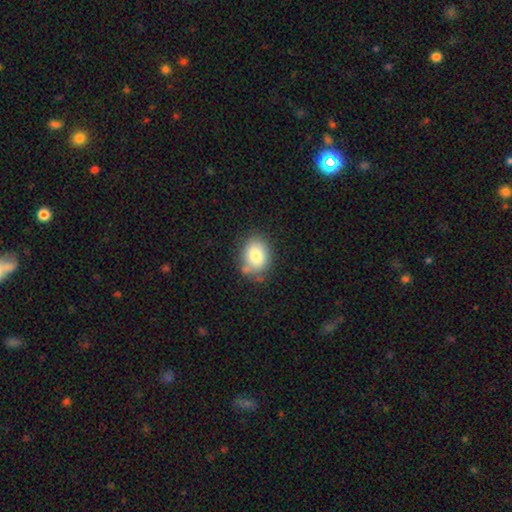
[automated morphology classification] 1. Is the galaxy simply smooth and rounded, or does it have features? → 79% smooth, 12% featured or disk, 9% star or artifact.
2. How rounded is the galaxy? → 56% in between, 44% round, 1% cigar-shaped.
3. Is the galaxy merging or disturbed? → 70% none, 20% minor disturbance, 5% merger, 5% major disturbance.